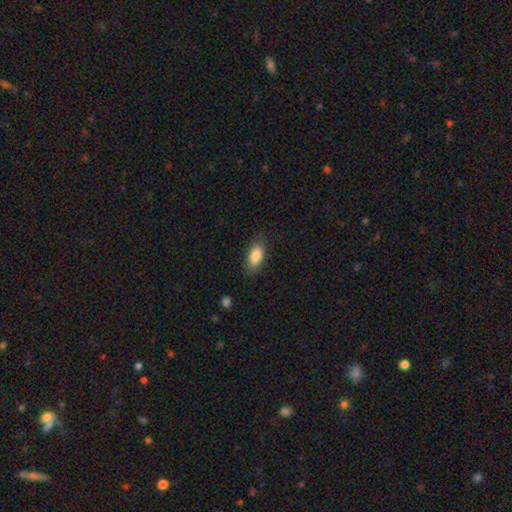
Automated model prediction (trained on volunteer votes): smooth 84%, featured or disk 10%, star or artifact 7%. Down the decision tree: how rounded — in between (88%); merging — none (83%).